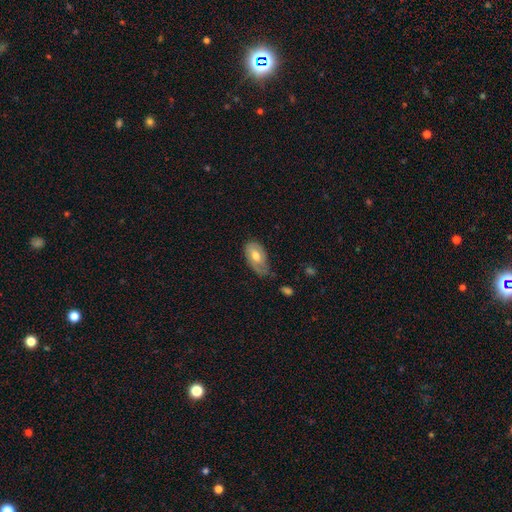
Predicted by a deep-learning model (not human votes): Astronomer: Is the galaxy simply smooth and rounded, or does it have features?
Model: smooth — 54% (runner-up: featured or disk, 40%).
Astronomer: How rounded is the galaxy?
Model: in between — 92%.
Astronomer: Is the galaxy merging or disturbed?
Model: none — 47% (runner-up: minor disturbance, 38%).